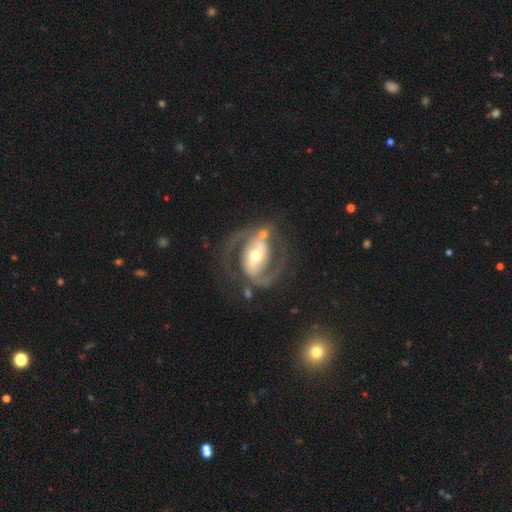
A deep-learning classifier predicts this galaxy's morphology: Overall: featured or disk (88%). Edge-on disk: no (97%). Bar: strong (45%; weak 32%). Spiral arms: yes (92%). Spiral arm count: 2 (89%). Spiral winding: medium (55%; tight 25%). Bulge size: moderate (65%; small 25%). Merging: none (67%).